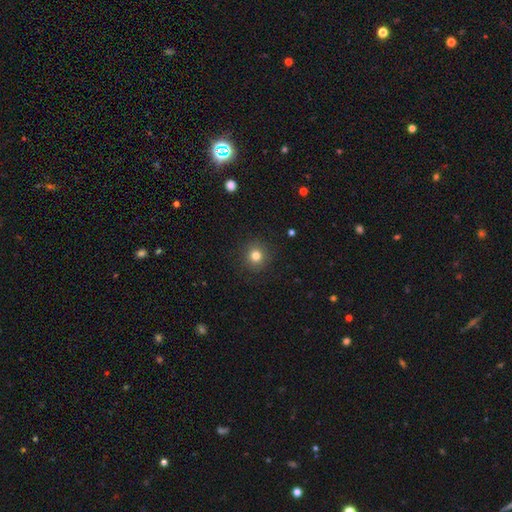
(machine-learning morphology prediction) A smooth galaxy with no disk features (80%) that is round (93%).

Vote fractions:
- Smooth or featured? smooth: 80% / star or artifact: 13% / featured or disk: 7%
- How rounded? round: 93% / in between: 6% / cigar-shaped: 1%
- Merging? none: 91% / minor disturbance: 6% / major disturbance: 2% / merger: 1%